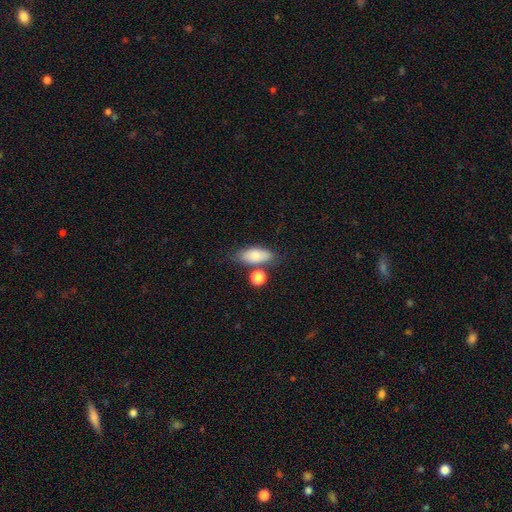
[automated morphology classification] This appears to be a smooth galaxy with no disk features (80%) that is in between round and cigar-shaped (82%). Merging: none (64%).